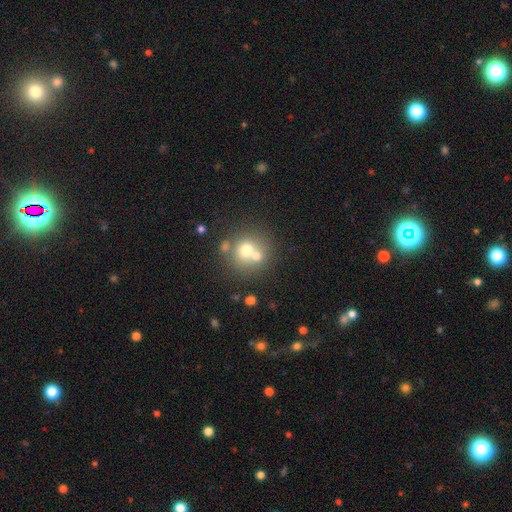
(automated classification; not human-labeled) This is likely a smooth galaxy (65%). How rounded: clearly round (87%). Merging: possibly none (46%).